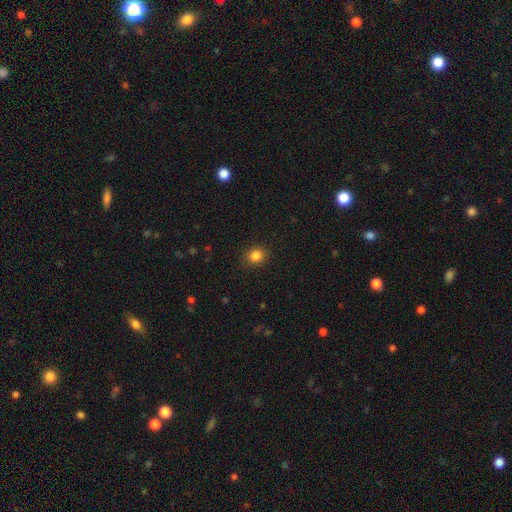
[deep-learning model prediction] smooth-or-featured: smooth: 84% | star or artifact: 12% | featured or disk: 4%
  how-rounded: round: 80% | in between: 19% | cigar-shaped: 1%
  merging: none: 89% | minor disturbance: 8% | major disturbance: 2% | merger: 1%